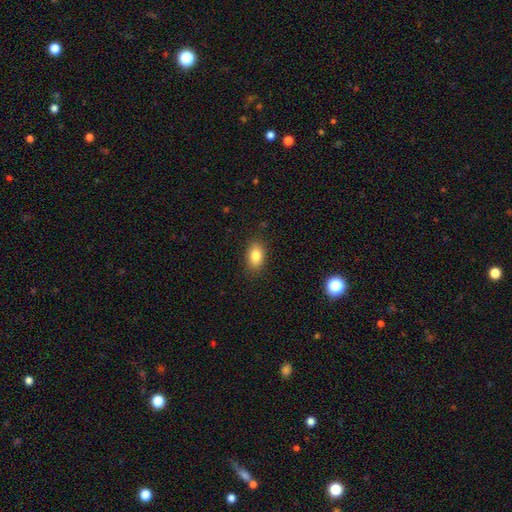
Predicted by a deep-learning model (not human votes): smooth_or_featured: smooth (p=0.83) [alt: star or artifact p=0.09]
how_rounded: in between (p=0.87) [alt: round p=0.11]
merging: none (p=0.87) [alt: minor disturbance p=0.10]